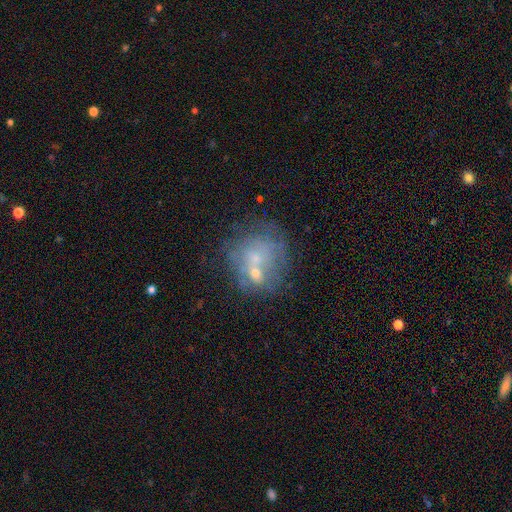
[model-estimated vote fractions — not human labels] Smooth or featured?
  - featured or disk: 47% *
  - smooth: 39%
  - star or artifact: 13%
Merging?
  - merger: 37% *
  - none: 36%
  - minor disturbance: 15%
  - major disturbance: 12%